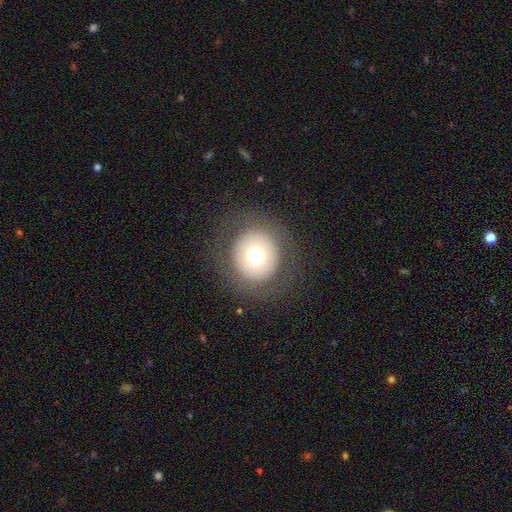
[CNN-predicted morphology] This appears to be a smooth galaxy with no disk features (65%) that is round (89%). Merging: none (84%).